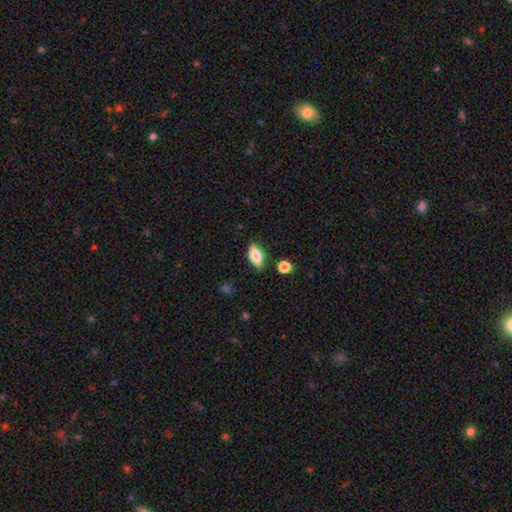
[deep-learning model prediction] Smooth or featured? smooth (66%)
How rounded? in between (83%)
Merging? none (84%)